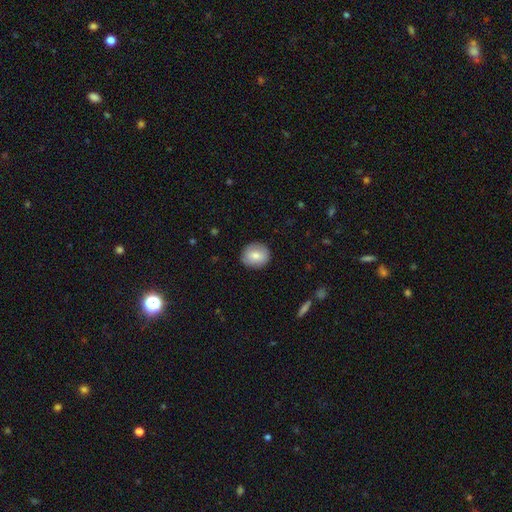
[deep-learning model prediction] This is likely a smooth galaxy (76%). How rounded: likely round (79%). Merging: clearly none (87%).